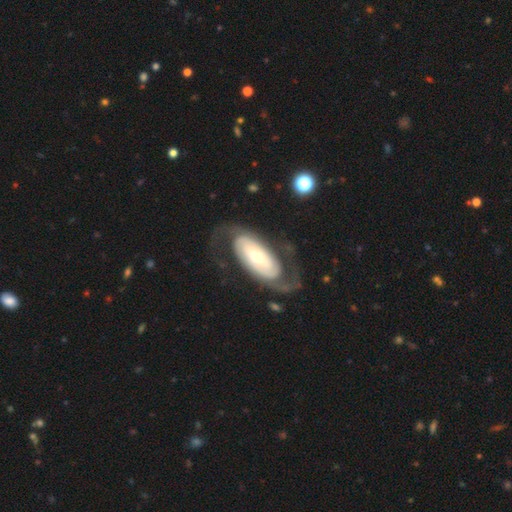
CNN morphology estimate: A featured or disk galaxy (83%) with no bar (47%), 2 (86%) medium (39%) spiral arms (92%) and a small central bulge (44%).

Vote fractions:
- Smooth or featured? featured or disk: 83% / smooth: 13% / star or artifact: 4%
- Edge-on disk? no: 94% / yes: 6%
- Bar? no: 47% / weak: 29% / strong: 25%
- Spiral arms? yes: 92% / no: 8%
- Spiral winding? medium: 39% / tight: 36% / loose: 25%
- Spiral arm count? 2: 86% / can't tell: 7% / 1: 3% / 3: 2% / 4: 1% / more than 4: 1%
- Bulge size? small: 44% / moderate: 43% / large: 8% / dominant: 3% / none: 2%
- Merging? none: 68% / major disturbance: 16% / minor disturbance: 14% / merger: 2%